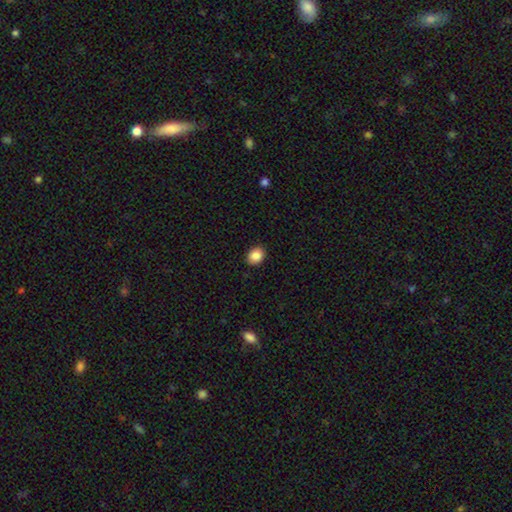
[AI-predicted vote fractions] A smooth galaxy with no disk features (87%) that is in between round and cigar-shaped (51%).

Vote fractions:
- Smooth or featured? smooth: 87% / star or artifact: 9% / featured or disk: 4%
- How rounded? in between: 51% / round: 48% / cigar-shaped: 1%
- Merging? none: 90% / minor disturbance: 7% / major disturbance: 2% / merger: 1%